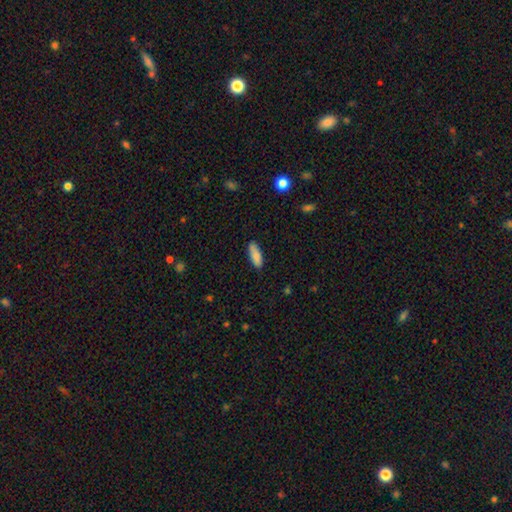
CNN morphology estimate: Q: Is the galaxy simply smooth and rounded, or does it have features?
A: smooth — 85%.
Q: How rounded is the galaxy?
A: in between — 61%.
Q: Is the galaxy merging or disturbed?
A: none — 83%.